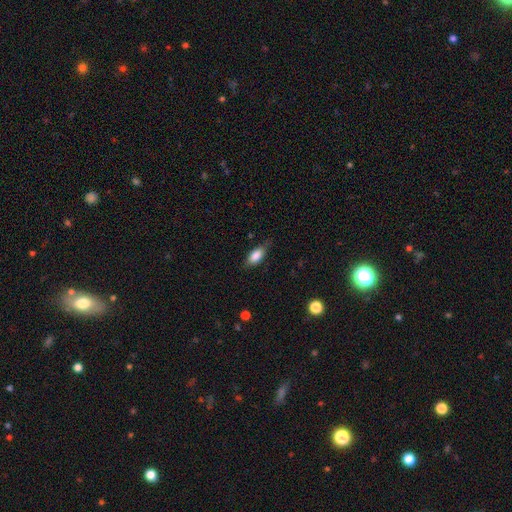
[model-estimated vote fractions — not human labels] smooth_or_featured: smooth (p=0.83) [alt: featured or disk p=0.10]
how_rounded: in between (p=0.85) [alt: cigar-shaped p=0.12]
merging: none (p=0.69) [alt: minor disturbance p=0.24]